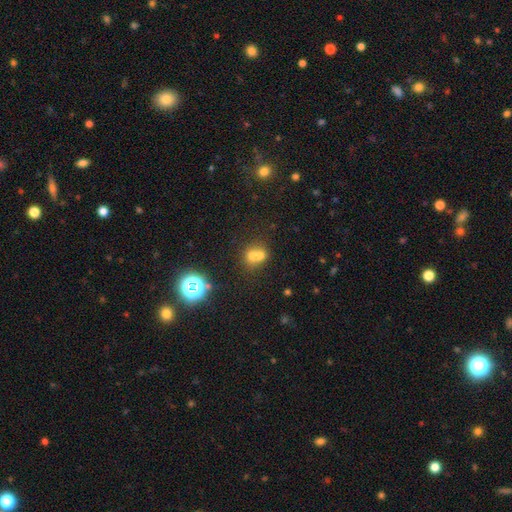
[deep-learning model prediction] The model was most divided on "merging": merger: 62%, none: 29%, minor disturbance: 6%, major disturbance: 3%. More confident: how rounded — round (72%); smooth or featured — smooth (62%).